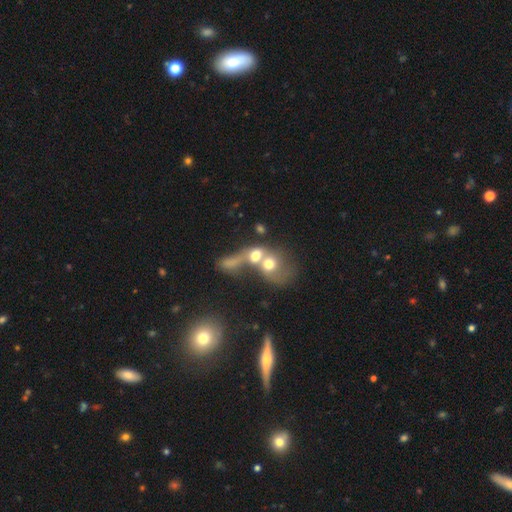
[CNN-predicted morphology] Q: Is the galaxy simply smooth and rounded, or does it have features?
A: smooth — 57%.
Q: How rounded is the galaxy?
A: round — 51%.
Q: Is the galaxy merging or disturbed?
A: merger — 77%.